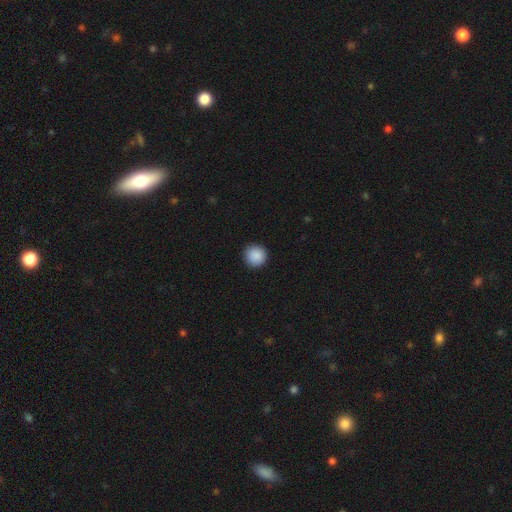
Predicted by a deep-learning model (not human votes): smooth-or-featured: smooth: 90% | star or artifact: 8% | featured or disk: 3%
  how-rounded: round: 95% | in between: 4% | cigar-shaped: 1%
  merging: none: 92% | minor disturbance: 5% | major disturbance: 2% | merger: 1%